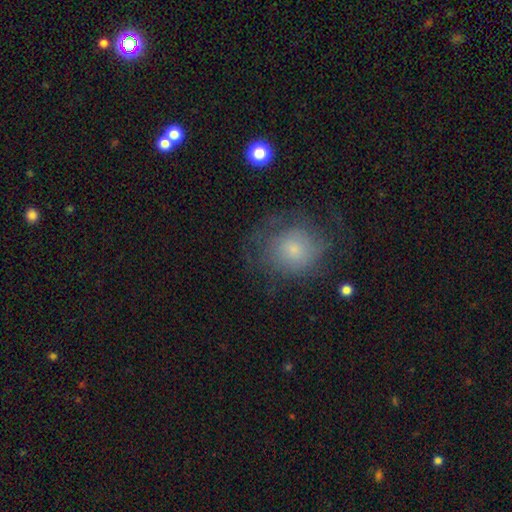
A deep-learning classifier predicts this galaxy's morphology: smooth-or-featured: smooth: 45% | featured or disk: 34% | star or artifact: 21%
  merging: none: 68% | minor disturbance: 18% | major disturbance: 12% | merger: 1%